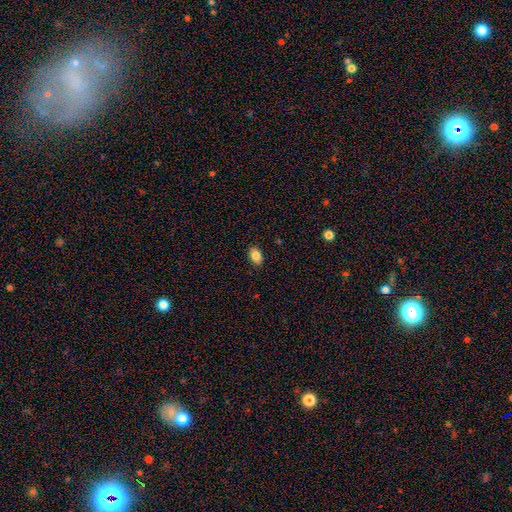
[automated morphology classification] Smooth or featured? smooth (85%)
How rounded? in between (86%)
Merging? none (87%)